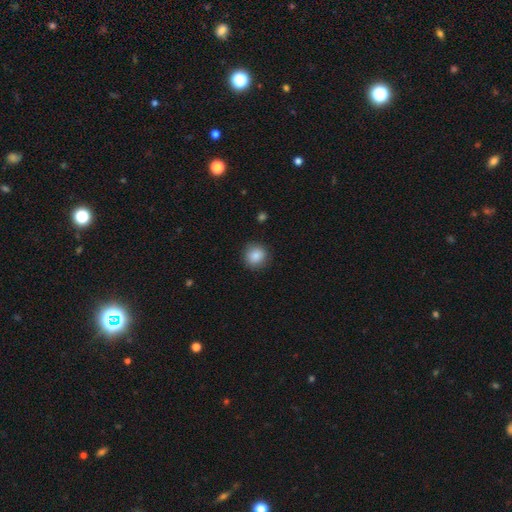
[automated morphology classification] Q: Smooth or featured?
A: smooth (87%); runner-up: star or artifact (9%)
Q: How rounded?
A: round (91%); runner-up: in between (8%)
Q: Merging?
A: none (89%); runner-up: minor disturbance (7%)